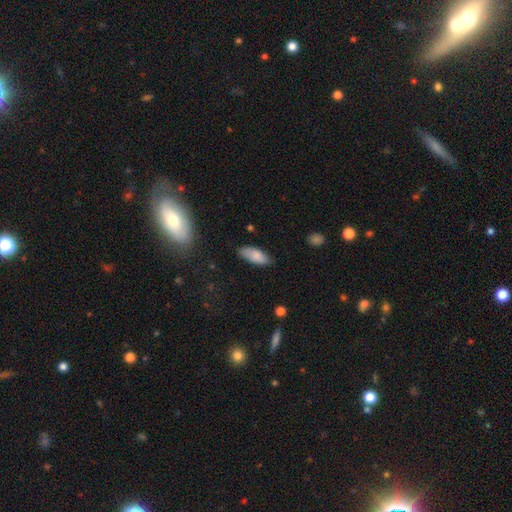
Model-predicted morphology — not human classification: Smooth or featured: smooth — 83% (featured or disk — 10%)
How rounded: in between — 81% (cigar-shaped — 17%)
Merging: none — 78% (minor disturbance — 17%)